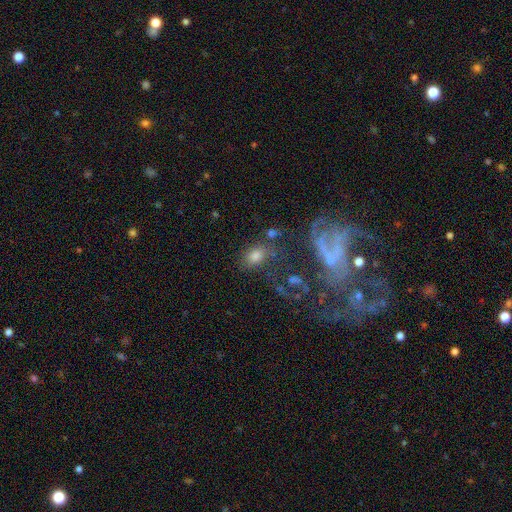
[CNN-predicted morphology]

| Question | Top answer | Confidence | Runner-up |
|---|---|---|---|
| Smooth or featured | smooth | 64% | featured or disk (21%) |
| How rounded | in between | 72% | round (25%) |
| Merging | none | 61% | minor disturbance (17%) |